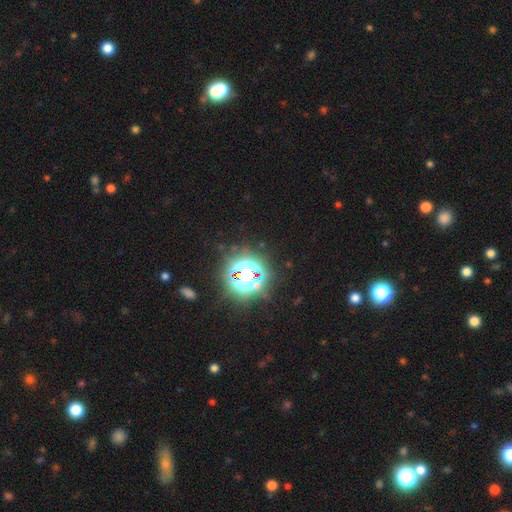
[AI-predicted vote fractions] A star or artifact, not a galaxy (82%).